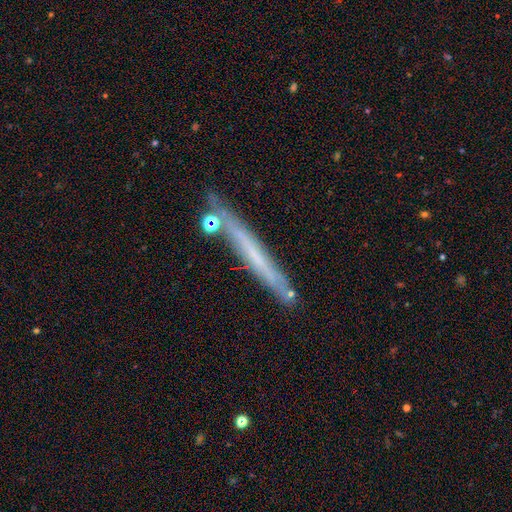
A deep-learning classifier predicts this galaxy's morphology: Overall: featured or disk (51%; smooth 40%). Edge-on disk: yes (91%). Merging: none (80%).